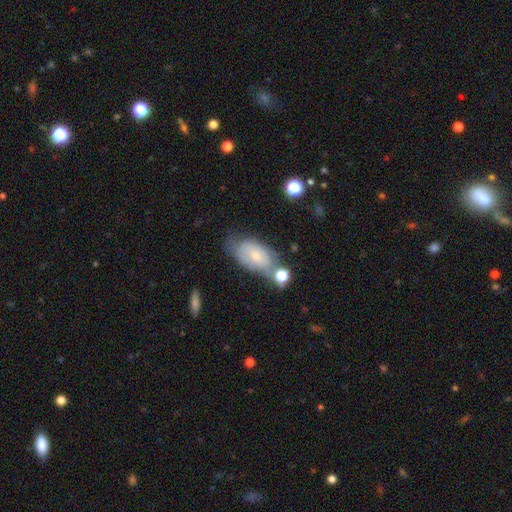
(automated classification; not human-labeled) smooth 55%, featured or disk 37%, star or artifact 8%. Down the decision tree: how rounded — in between (90%); merging — none (42%).